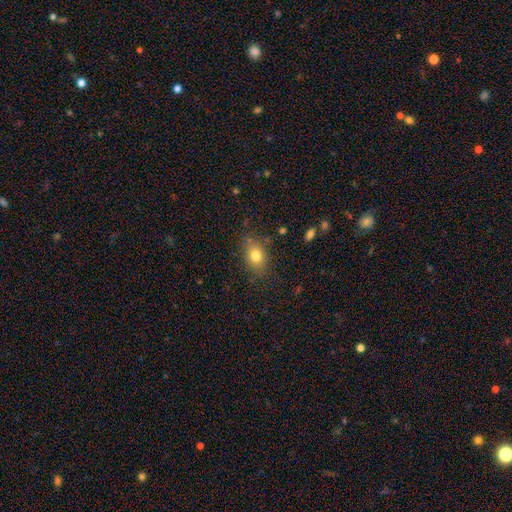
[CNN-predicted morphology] Overall: smooth (77%). How rounded: in between (73%). Merging: none (78%).